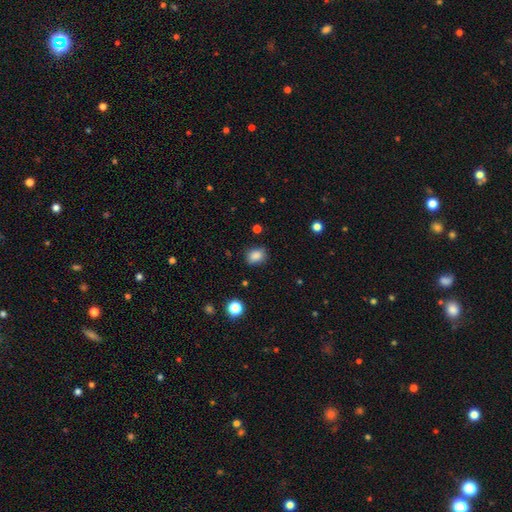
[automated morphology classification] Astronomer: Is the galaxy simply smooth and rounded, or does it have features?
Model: smooth — 85%.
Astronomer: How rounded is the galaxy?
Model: in between — 61% (runner-up: round, 38%).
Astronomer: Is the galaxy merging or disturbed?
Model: none — 81%.